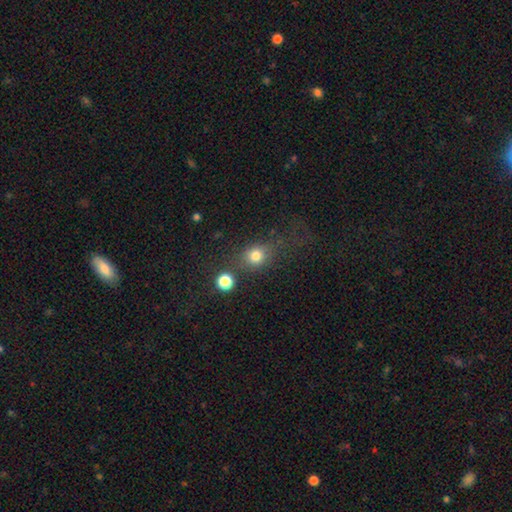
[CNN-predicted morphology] Overall: smooth (76%). How rounded: round (70%). Merging: none (60%).